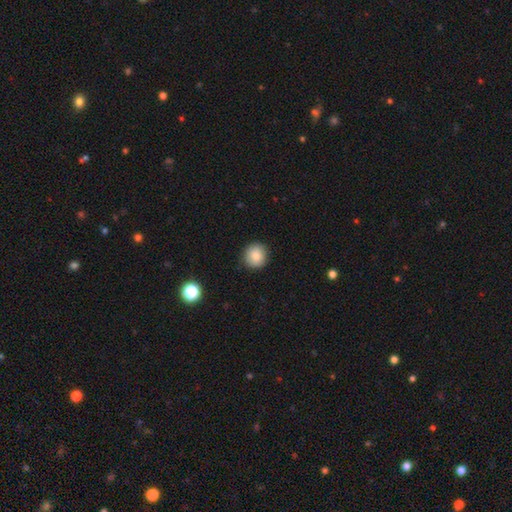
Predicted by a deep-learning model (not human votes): A smooth galaxy with no disk features (83%) that is round (91%).

Vote fractions:
- Smooth or featured? smooth: 83% / star or artifact: 9% / featured or disk: 8%
- How rounded? round: 91% / in between: 8% / cigar-shaped: 1%
- Merging? none: 89% / minor disturbance: 8% / major disturbance: 2% / merger: 1%